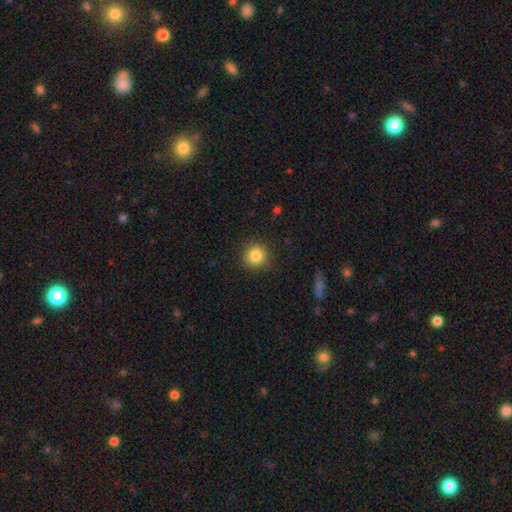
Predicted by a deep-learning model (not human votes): The model was most divided on "smooth or featured": smooth: 85%, star or artifact: 10%, featured or disk: 5%. More confident: how rounded — round (93%); merging — none (88%).